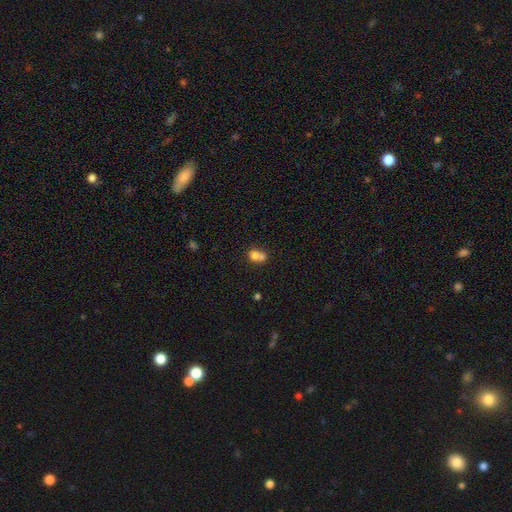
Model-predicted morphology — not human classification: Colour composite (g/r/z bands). It shows a smooth galaxy with no disk features (73%) that is round (60%). Merging: merger (63%).